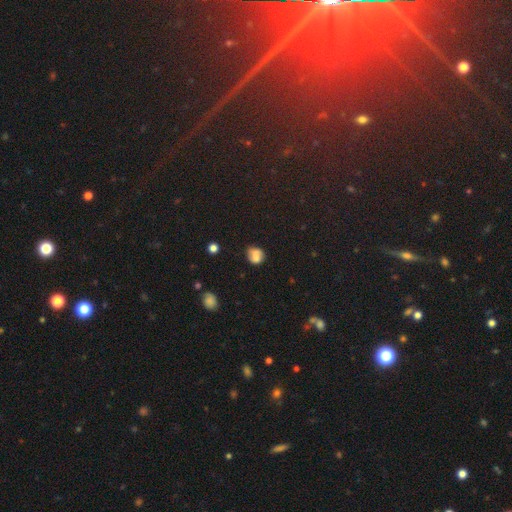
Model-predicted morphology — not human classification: smooth-or-featured: smooth: 74% | featured or disk: 14% | star or artifact: 12%
  how-rounded: round: 65% | in between: 34% | cigar-shaped: 1%
  merging: none: 65% | minor disturbance: 24% | major disturbance: 7% | merger: 5%